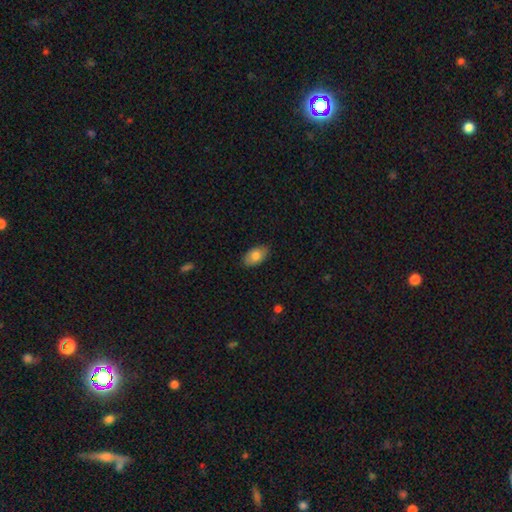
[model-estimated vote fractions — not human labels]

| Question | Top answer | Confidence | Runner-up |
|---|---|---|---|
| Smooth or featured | smooth | 79% | featured or disk (14%) |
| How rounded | in between | 92% | round (6%) |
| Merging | none | 84% | minor disturbance (13%) |